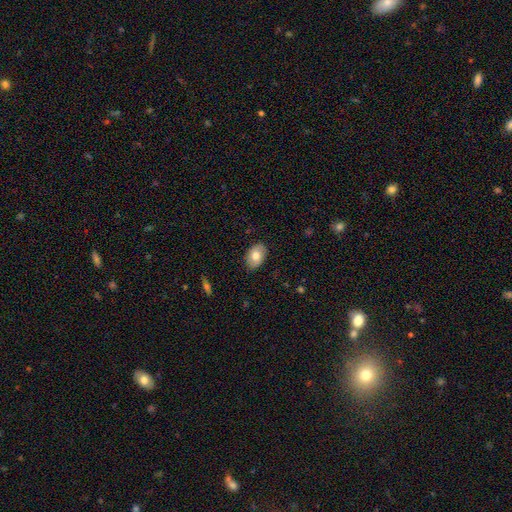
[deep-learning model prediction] A smooth galaxy with no disk features (75%) that is in between round and cigar-shaped (87%). Merging: none (86%).